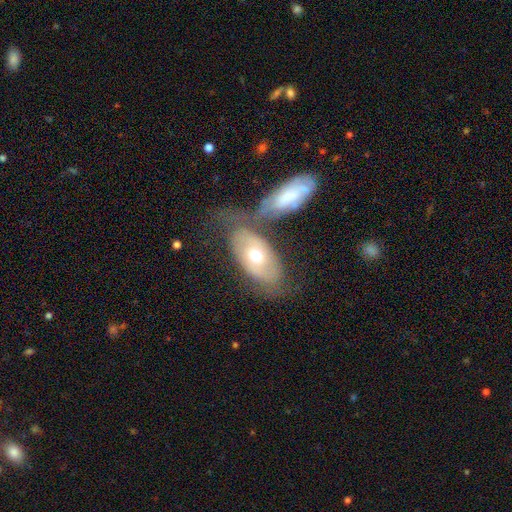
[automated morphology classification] Q: Smooth or featured?
A: smooth (51%); runner-up: featured or disk (43%)
Q: How rounded?
A: in between (88%); runner-up: round (6%)
Q: Merging?
A: none (43%); runner-up: merger (33%)